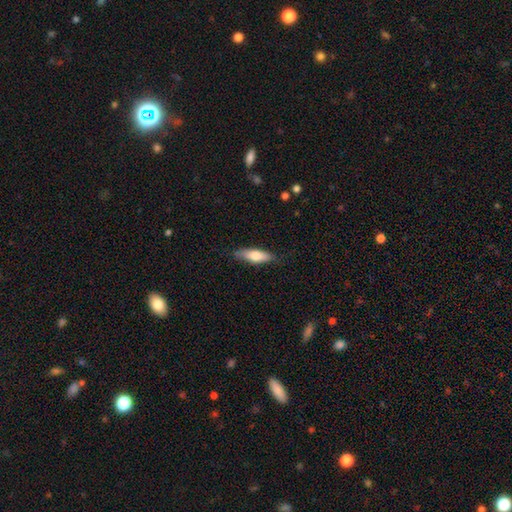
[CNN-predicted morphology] Smooth or featured? smooth (70%)
How rounded? in between (49%, tied with cigar-shaped)
Merging? none (82%)